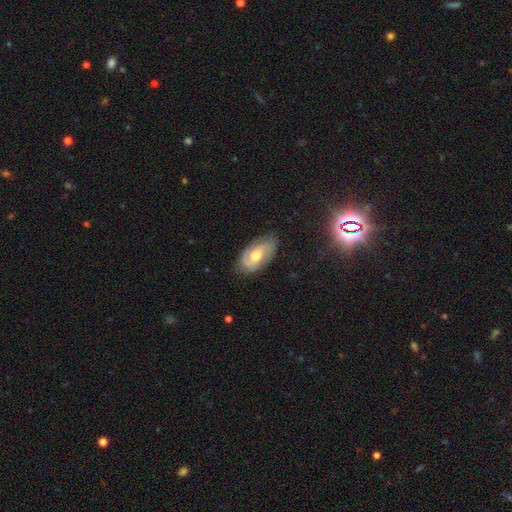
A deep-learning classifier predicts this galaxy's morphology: A featured or disk galaxy (70%) with no bar (55%), 2 (70%) medium (43%) spiral arms (88%) and a moderate central bulge (72%).

Vote fractions:
- Smooth or featured? featured or disk: 70% / smooth: 23% / star or artifact: 7%
- Edge-on disk? no: 94% / yes: 6%
- Bar? no: 55% / weak: 36% / strong: 9%
- Spiral arms? yes: 88% / no: 12%
- Spiral winding? medium: 43% / tight: 35% / loose: 22%
- Spiral arm count? 2: 70% / can't tell: 17% / 3: 6% / 1: 5% / 4: 2% / more than 4: 2%
- Bulge size? moderate: 72% / small: 19% / large: 7% / none: 1% / dominant: 1%
- Merging? none: 73% / minor disturbance: 20% / major disturbance: 6% / merger: 1%